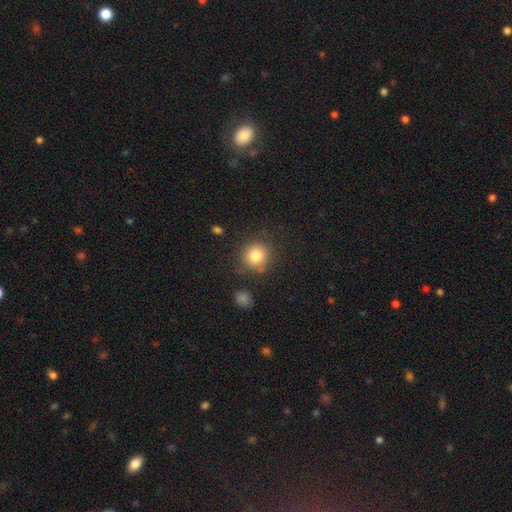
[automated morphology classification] Smooth or featured: smooth — 83% (star or artifact — 10%)
How rounded: round — 91% (in between — 8%)
Merging: none — 80% (minor disturbance — 12%)